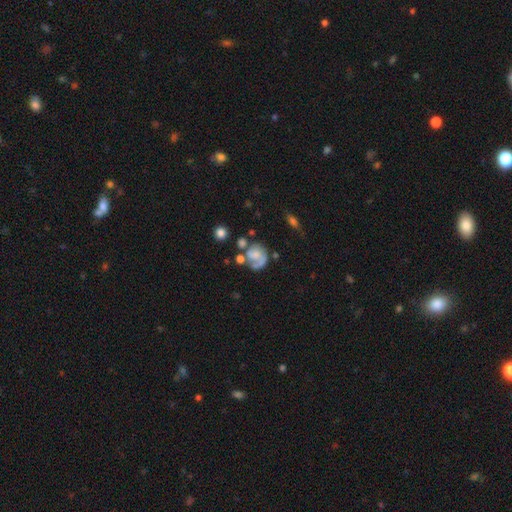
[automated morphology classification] featured or disk 59%, smooth 33%, star or artifact 9%. Down the decision tree: edge-on disk — no (98%); bar — no (75%); spiral arms — yes (72%); bulge size — none (38%); merging — none (38%).